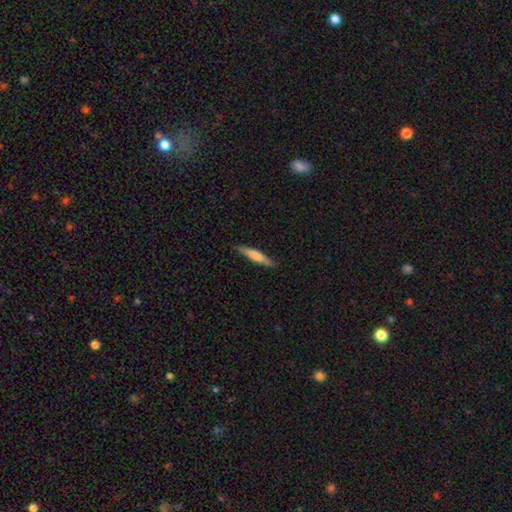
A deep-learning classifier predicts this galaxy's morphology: Smooth or featured? smooth (62%)
How rounded? cigar-shaped (90%)
Merging? none (87%)